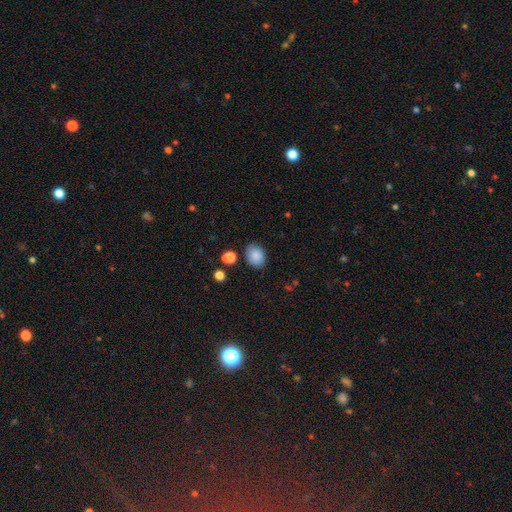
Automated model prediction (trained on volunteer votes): The model was most divided on "how rounded": in between: 67%, round: 32%, cigar-shaped: 1%. More confident: smooth or featured — smooth (87%); merging — none (81%).